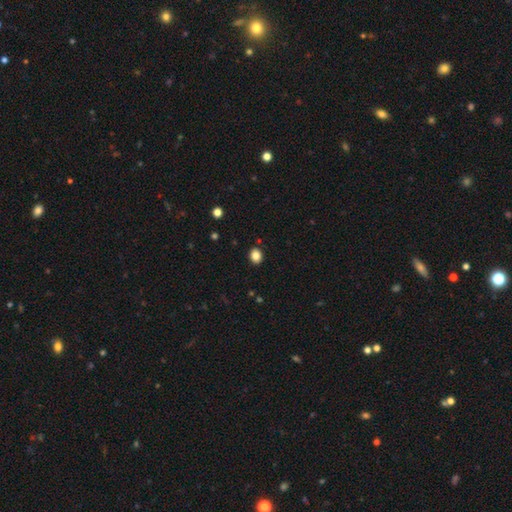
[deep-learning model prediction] Q: Smooth or featured?
A: smooth (85%); runner-up: star or artifact (10%)
Q: How rounded?
A: round (53%); runner-up: in between (46%)
Q: Merging?
A: none (90%); runner-up: minor disturbance (7%)